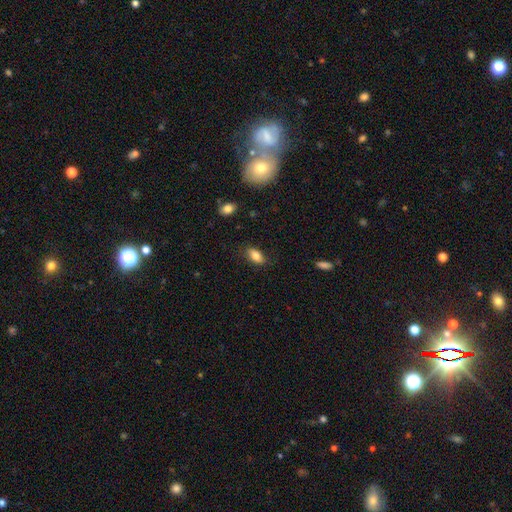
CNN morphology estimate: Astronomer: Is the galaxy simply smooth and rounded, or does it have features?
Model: smooth — 82%.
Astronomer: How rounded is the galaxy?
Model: in between — 90%.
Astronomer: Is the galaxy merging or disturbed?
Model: none — 82%.